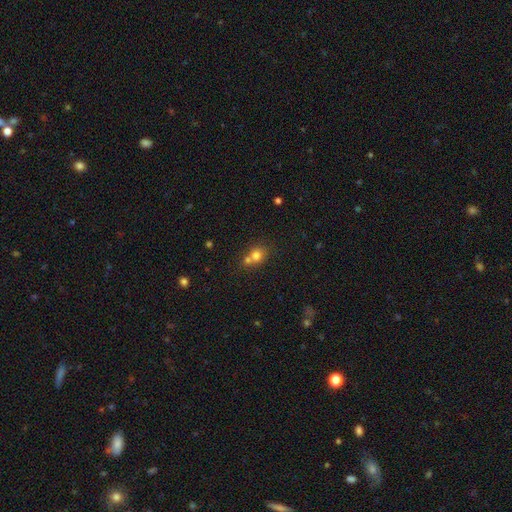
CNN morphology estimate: A smooth galaxy with no disk features (75%) that is round (76%).

Vote fractions:
- Smooth or featured? smooth: 75% / star or artifact: 14% / featured or disk: 11%
- How rounded? round: 76% / in between: 23% / cigar-shaped: 1%
- Merging? merger: 46% / none: 43% / minor disturbance: 8% / major disturbance: 3%